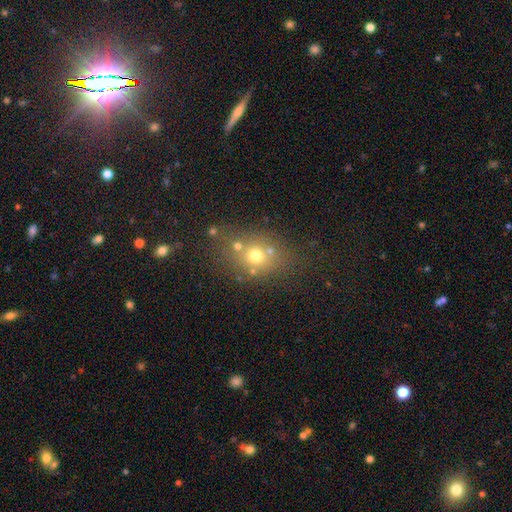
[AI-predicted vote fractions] Smooth or featured? Predicted: smooth (p=0.61). How rounded? Predicted: round (p=0.55). Merging? Predicted: none (p=0.63).